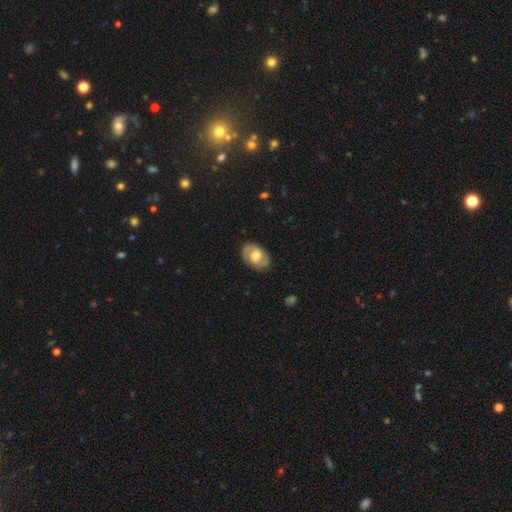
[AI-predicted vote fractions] Smooth or featured? featured or disk (67%)
Edge-on disk? no (96%)
Bar? no (52%)
Spiral arms? yes (76%)
Bulge size? moderate (62%)
Merging? none (84%)